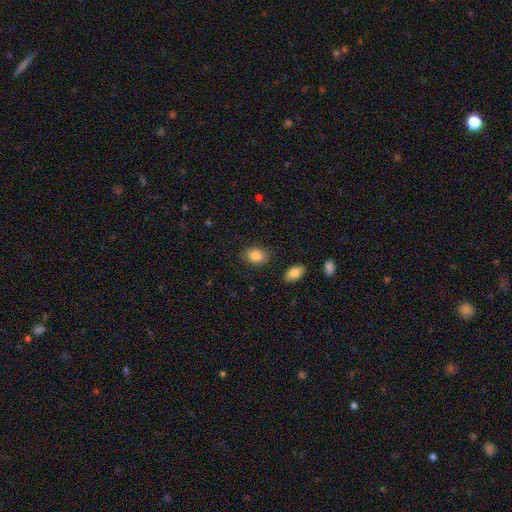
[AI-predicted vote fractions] Q: Smooth or featured?
A: smooth (85%); runner-up: star or artifact (8%)
Q: How rounded?
A: in between (78%); runner-up: round (21%)
Q: Merging?
A: none (85%); runner-up: minor disturbance (10%)